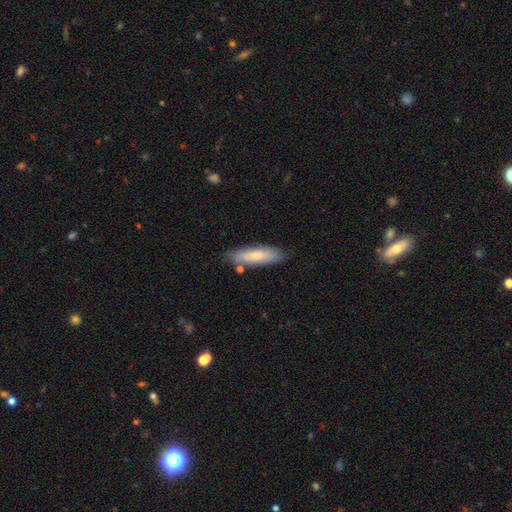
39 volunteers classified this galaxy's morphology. Smooth or featured?
  - smooth: 69% *
  - featured or disk: 23%
  - star or artifact: 8%
How rounded?
  - in between: 48% * (tied)
  - cigar-shaped: 48% * (tied)
  - round: 4%
Merging?
  - none: 75% *
  - minor disturbance: 19%
  - major disturbance: 3%
  - merger: 3%